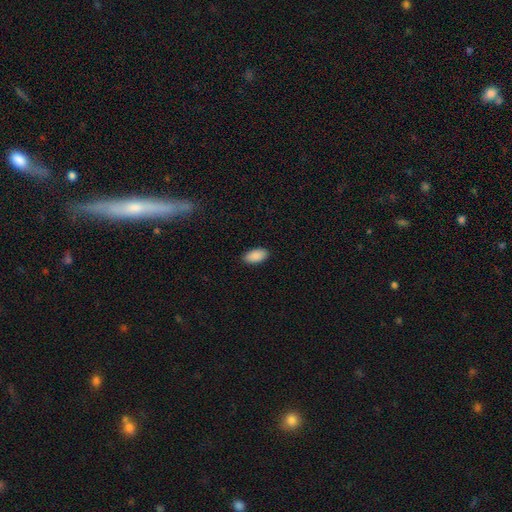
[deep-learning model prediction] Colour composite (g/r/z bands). It shows a smooth galaxy with no disk features (91%) that is in between round and cigar-shaped (94%). Merging: none (90%).